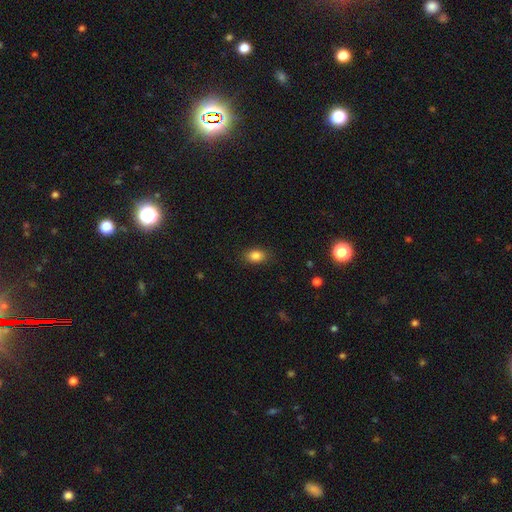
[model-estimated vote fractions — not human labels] This is clearly a smooth galaxy (85%). How rounded: likely in between (77%). Merging: clearly none (84%).